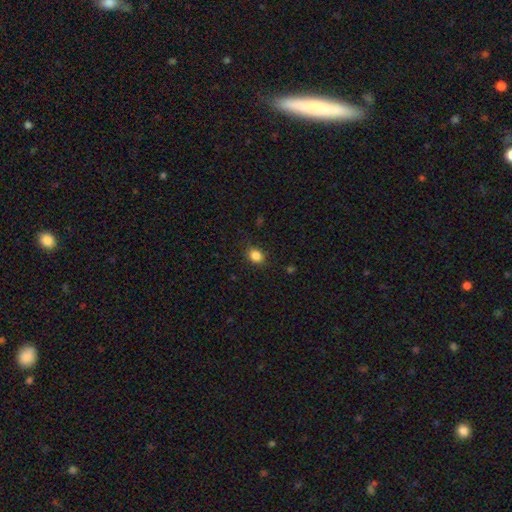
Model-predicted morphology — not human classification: type=smooth (85%); roundness=round (56%); merging=none (85%).